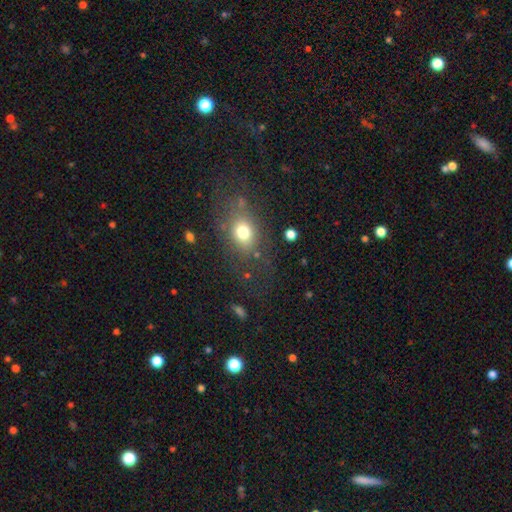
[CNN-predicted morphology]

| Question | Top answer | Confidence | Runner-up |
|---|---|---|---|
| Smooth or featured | smooth | 64% | star or artifact (20%) |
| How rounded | in between | 56% | round (39%) |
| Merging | none | 73% | minor disturbance (15%) |